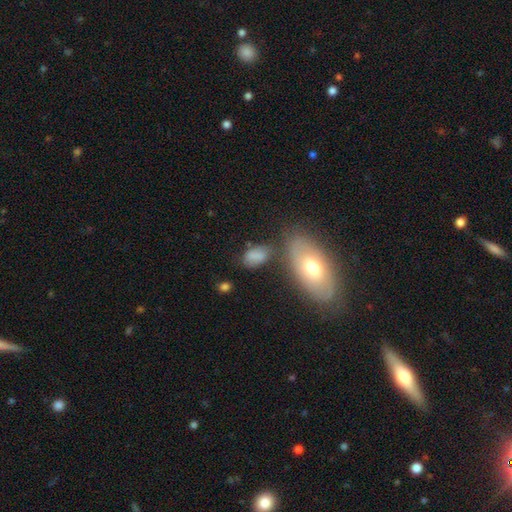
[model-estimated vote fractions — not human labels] smooth 76%, featured or disk 14%, star or artifact 10%. Down the decision tree: how rounded — in between (90%); merging — none (53%).